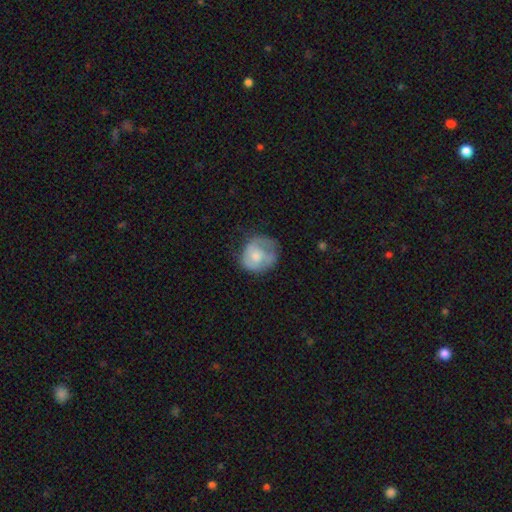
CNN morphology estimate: The model was most divided on "merging": none: 42%, minor disturbance: 32%, major disturbance: 25%, merger: 2%. More confident: how rounded — round (71%); smooth or featured — smooth (55%).